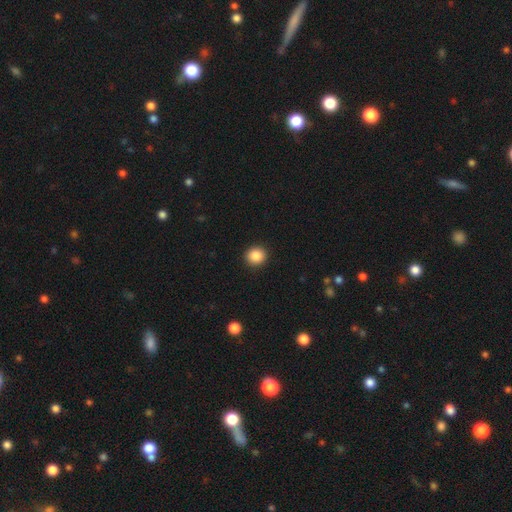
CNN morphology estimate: Smooth or featured: smooth — 87% (star or artifact — 9%)
How rounded: round — 88% (in between — 11%)
Merging: none — 93% (minor disturbance — 5%)